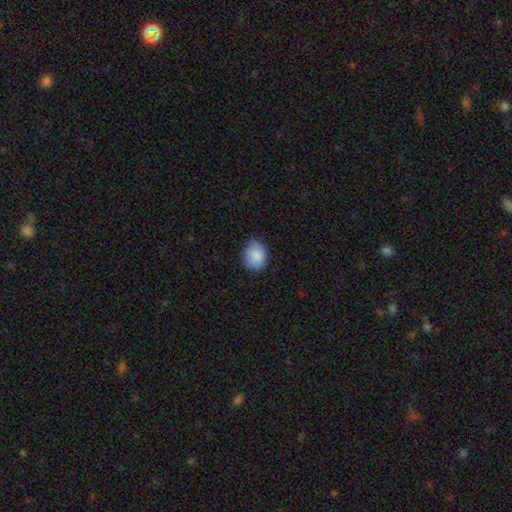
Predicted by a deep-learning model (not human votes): Smooth or featured?
  - smooth: 88% *
  - star or artifact: 7%
  - featured or disk: 5%
How rounded?
  - in between: 55% *
  - round: 44%
  - cigar-shaped: 1%
Merging?
  - none: 77% *
  - minor disturbance: 19%
  - major disturbance: 3%
  - merger: 1%